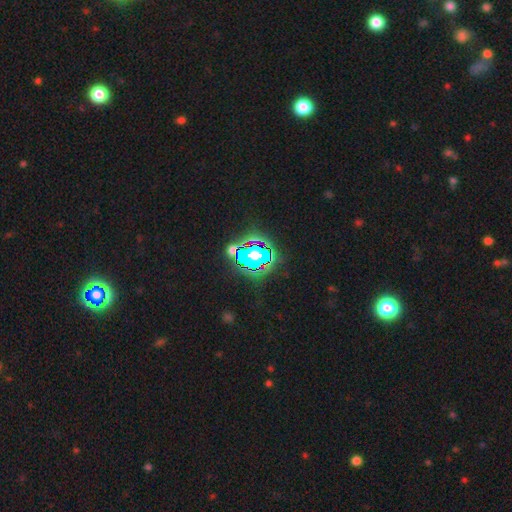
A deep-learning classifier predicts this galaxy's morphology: A star or artifact, not a galaxy (56%).